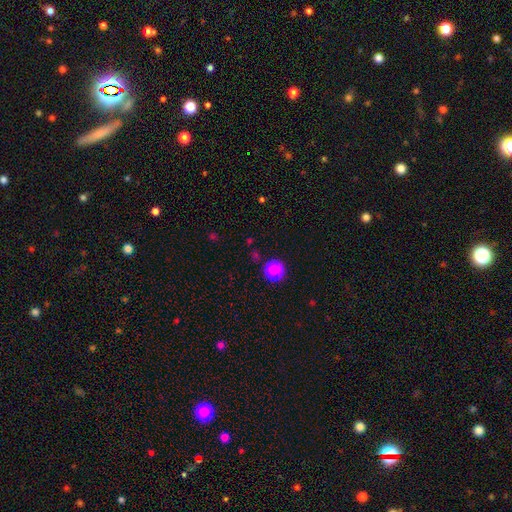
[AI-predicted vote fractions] This is clearly a smooth galaxy (82%). How rounded: clearly round (93%). Merging: clearly none (87%).